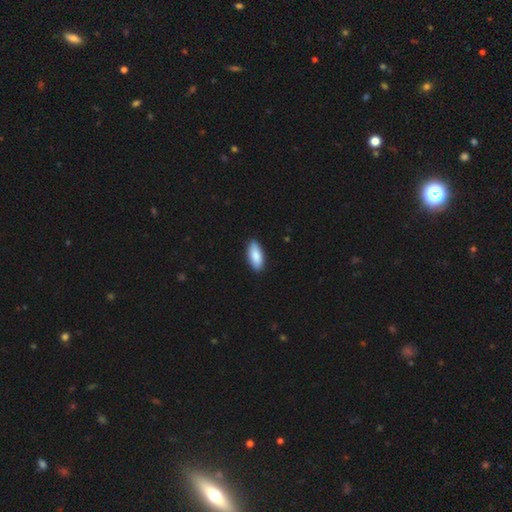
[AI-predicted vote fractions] This is clearly a smooth galaxy (87%). How rounded: clearly in between (82%). Merging: clearly none (89%).